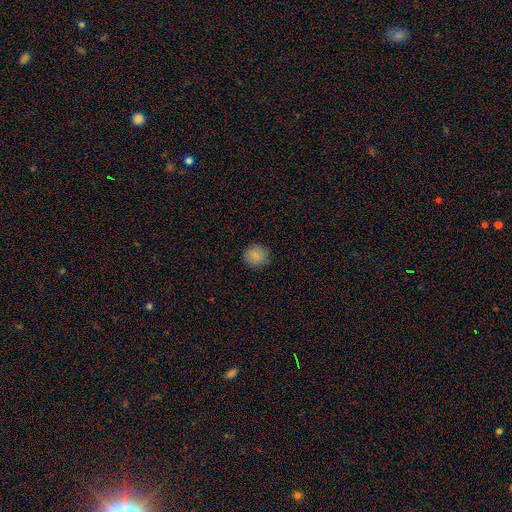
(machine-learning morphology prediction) type=smooth (82%); roundness=round (87%); merging=none (87%).